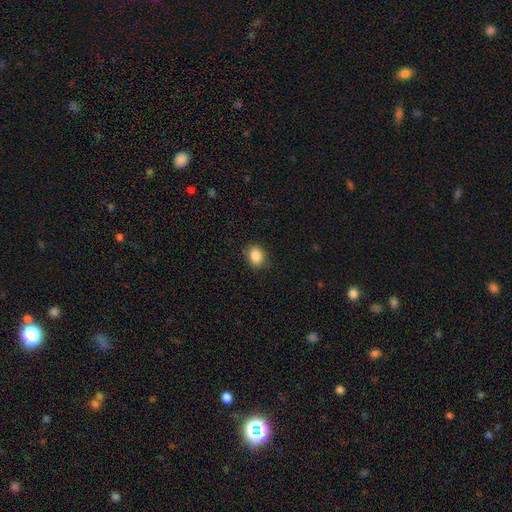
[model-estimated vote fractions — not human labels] Smooth or featured: smooth — 87% (star or artifact — 9%)
How rounded: in between — 51% (round — 48%)
Merging: none — 81% (minor disturbance — 15%)